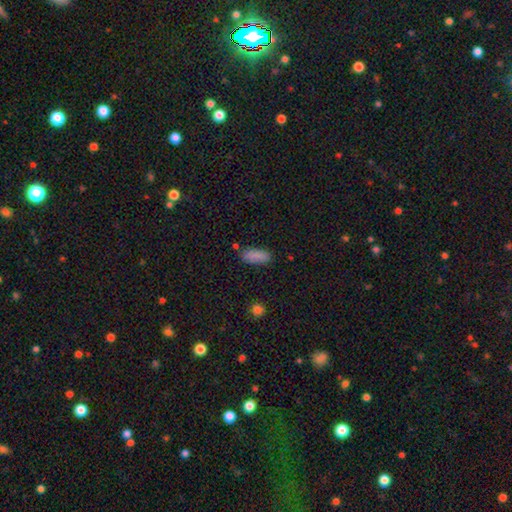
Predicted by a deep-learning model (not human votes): Smooth or featured?
  - smooth: 87% *
  - star or artifact: 8%
  - featured or disk: 5%
How rounded?
  - in between: 76% *
  - cigar-shaped: 22%
  - round: 2%
Merging?
  - none: 82% *
  - minor disturbance: 12%
  - merger: 3%
  - major disturbance: 3%